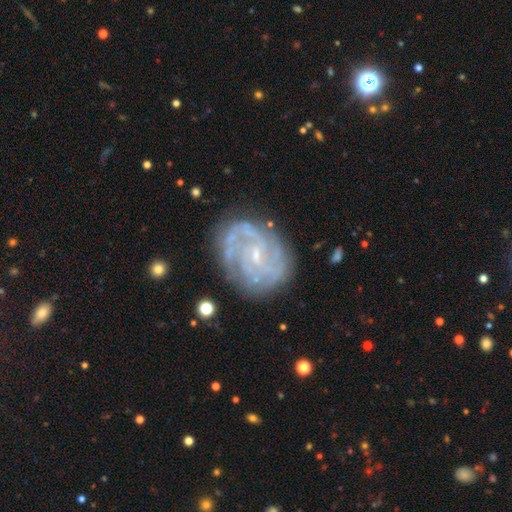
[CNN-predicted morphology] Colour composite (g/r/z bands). It shows a featured or disk galaxy (84%) with no bar (48%), 2 (34%) tight (54%) spiral arms (94%) and a small central bulge (78%). Merging: none (75%).